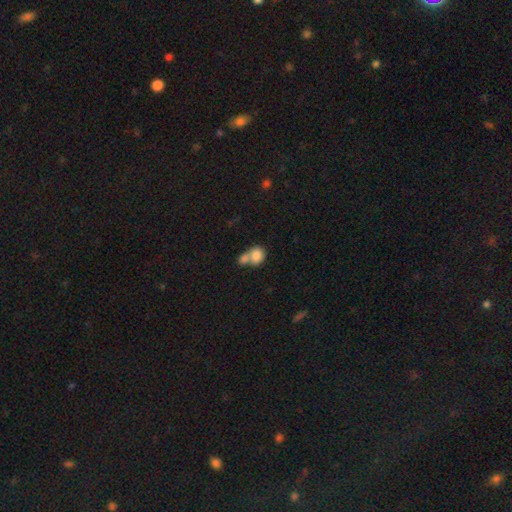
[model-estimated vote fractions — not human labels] Q: Smooth or featured?
A: smooth (83%); runner-up: featured or disk (10%)
Q: How rounded?
A: round (50%); runner-up: in between (49%)
Q: Merging?
A: merger (65%); runner-up: none (24%)